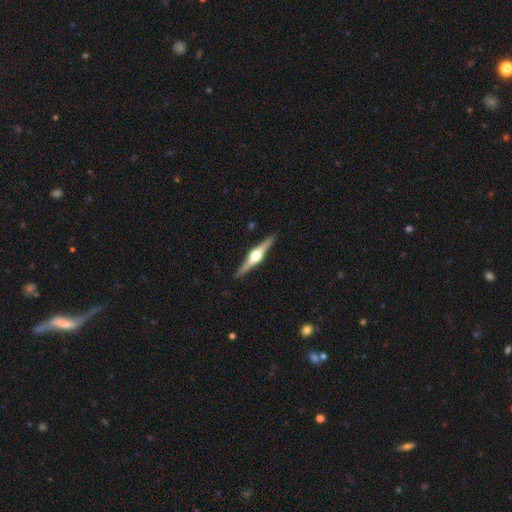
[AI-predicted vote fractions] Q: Smooth or featured?
A: featured or disk (82%); runner-up: smooth (14%)
Q: Edge-on disk?
A: yes (98%); runner-up: no (2%)
Q: Edge-on bulge?
A: rounded (95%); runner-up: boxy (4%)
Q: Merging?
A: none (91%); runner-up: minor disturbance (7%)